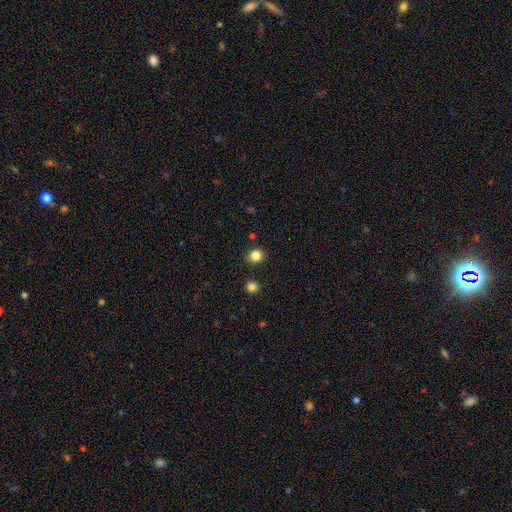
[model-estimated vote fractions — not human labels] The model was most divided on "how rounded": round: 79%, in between: 21%, cigar-shaped: 1%. More confident: merging — none (89%); smooth or featured — smooth (84%).